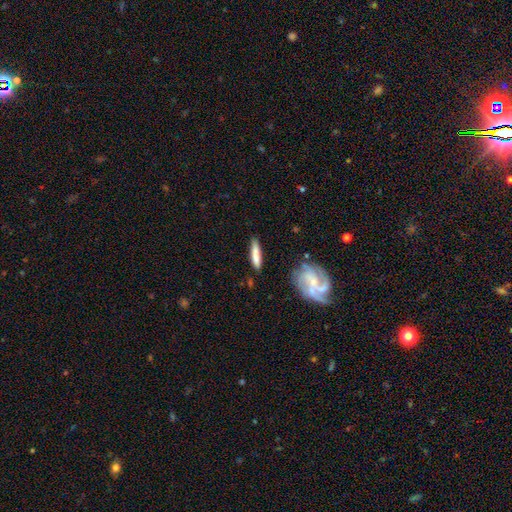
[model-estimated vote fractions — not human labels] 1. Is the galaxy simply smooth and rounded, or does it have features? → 72% smooth, 22% featured or disk, 6% star or artifact.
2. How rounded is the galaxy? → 83% cigar-shaped, 15% in between, 2% round.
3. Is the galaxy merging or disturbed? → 81% none, 12% minor disturbance, 4% merger, 3% major disturbance.